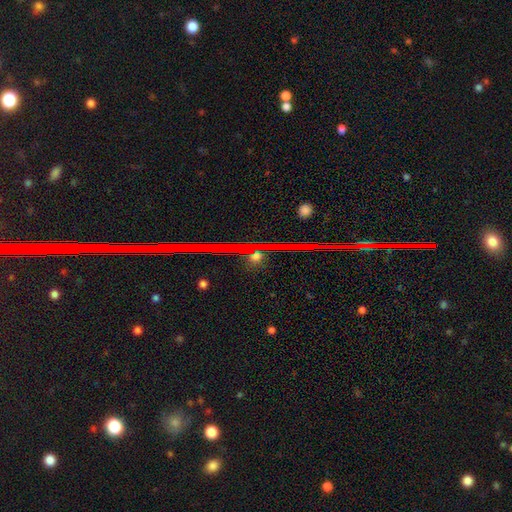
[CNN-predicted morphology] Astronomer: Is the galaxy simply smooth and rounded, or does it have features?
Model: star or artifact — 65%.